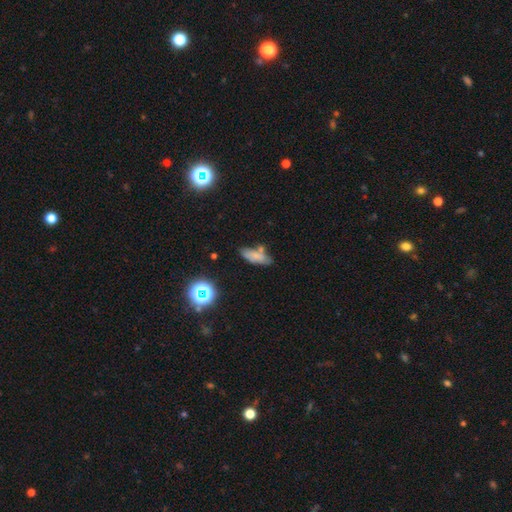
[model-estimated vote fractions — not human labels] A smooth galaxy with no disk features (70%) that is in between round and cigar-shaped (66%).

Vote fractions:
- Smooth or featured? smooth: 70% / featured or disk: 16% / star or artifact: 13%
- How rounded? in between: 66% / cigar-shaped: 30% / round: 4%
- Merging? none: 56% / minor disturbance: 23% / merger: 14% / major disturbance: 7%